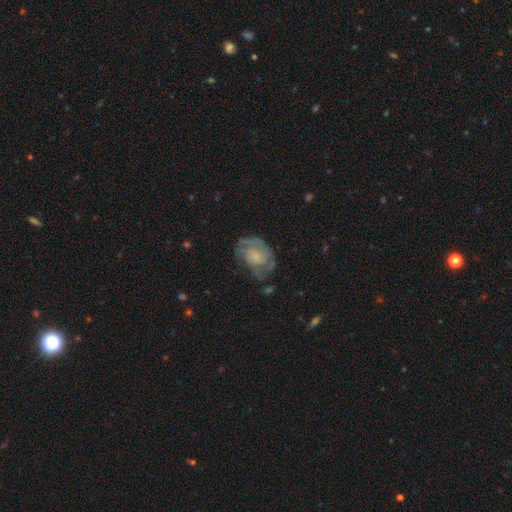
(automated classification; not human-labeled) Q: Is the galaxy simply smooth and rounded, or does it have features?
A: featured or disk — 66%.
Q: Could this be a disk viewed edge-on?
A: no — 97%.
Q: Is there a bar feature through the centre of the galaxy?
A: no — 74%.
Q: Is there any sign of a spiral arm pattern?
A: yes — 81%.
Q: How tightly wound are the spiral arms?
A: tight — 45%.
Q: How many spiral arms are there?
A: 2 — 45%.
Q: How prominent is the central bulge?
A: small — 45%.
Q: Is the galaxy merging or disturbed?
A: none — 55%.